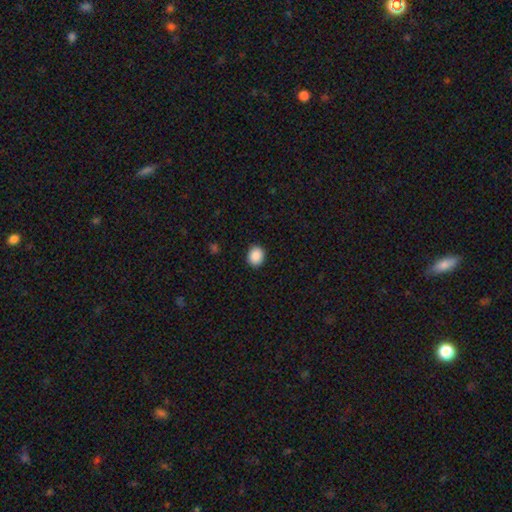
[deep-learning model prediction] Smooth or featured?
  - smooth: 89% *
  - star or artifact: 8%
  - featured or disk: 3%
How rounded?
  - round: 60% *
  - in between: 39%
  - cigar-shaped: 1%
Merging?
  - none: 91% *
  - minor disturbance: 6%
  - major disturbance: 2%
  - merger: 1%